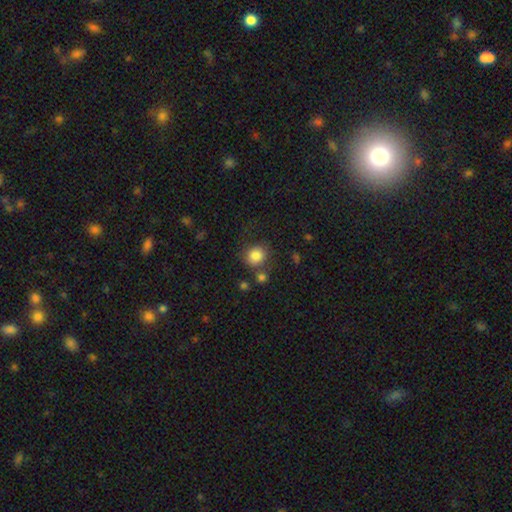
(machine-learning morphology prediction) Overall: smooth (84%). How rounded: round (79%). Merging: none (71%).